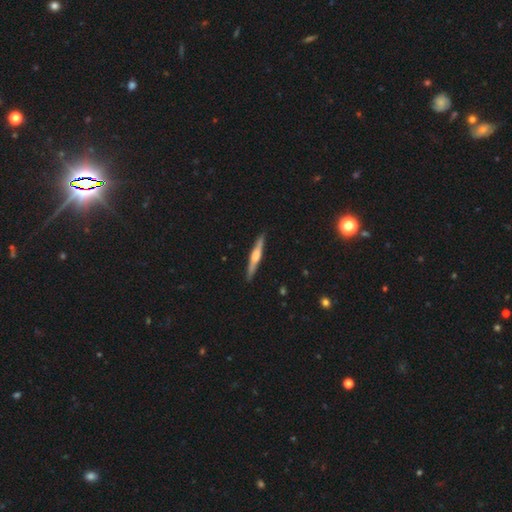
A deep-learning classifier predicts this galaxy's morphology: type=featured or disk (63%); edge-on=yes (97%); edge-on bulge=rounded (72%); merging=none (90%).